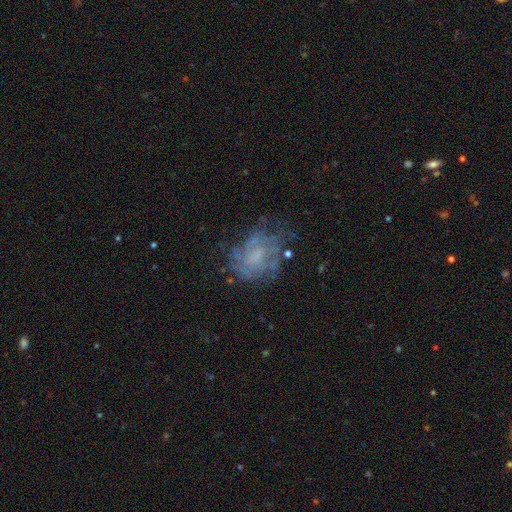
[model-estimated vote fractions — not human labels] A featured or disk galaxy (58%) with no bar (71%), spiral arms (61%) and a small central bulge (39%). Merging: none (61%).